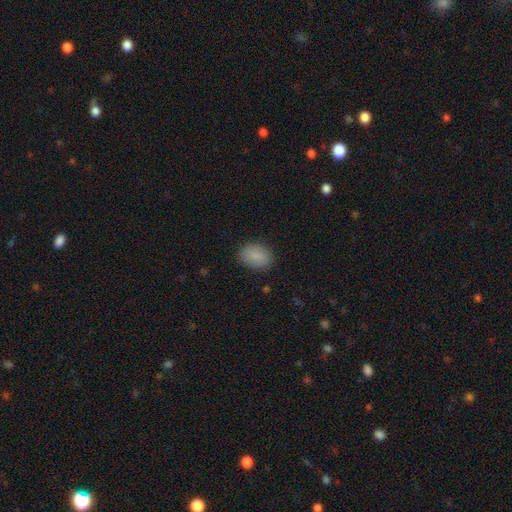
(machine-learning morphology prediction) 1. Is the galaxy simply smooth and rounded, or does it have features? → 88% smooth, 7% star or artifact, 4% featured or disk.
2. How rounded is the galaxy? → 83% in between, 16% round, 1% cigar-shaped.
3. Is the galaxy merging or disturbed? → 87% none, 10% minor disturbance, 3% major disturbance, 1% merger.